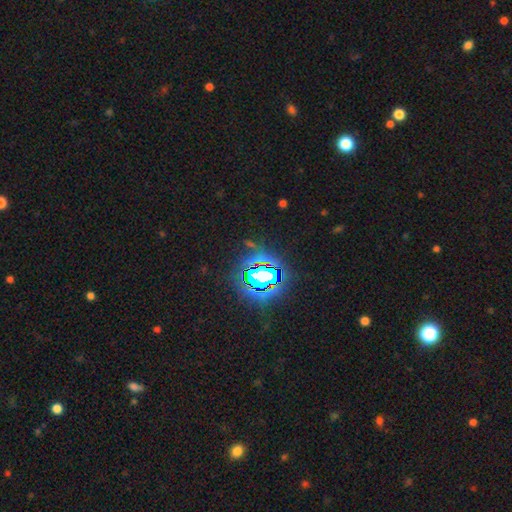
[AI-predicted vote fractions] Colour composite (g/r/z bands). It shows a star or artifact, not a galaxy (82%).